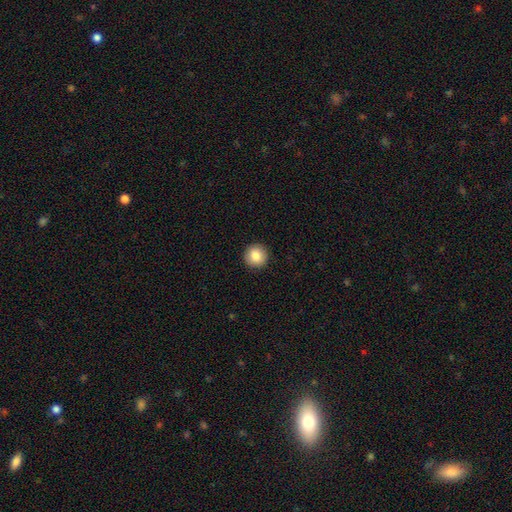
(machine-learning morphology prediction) A smooth galaxy with no disk features (86%) that is round (95%).

Vote fractions:
- Smooth or featured? smooth: 86% / star or artifact: 9% / featured or disk: 6%
- How rounded? round: 95% / in between: 4% / cigar-shaped: 1%
- Merging? none: 93% / minor disturbance: 4% / major disturbance: 1% / merger: 1%